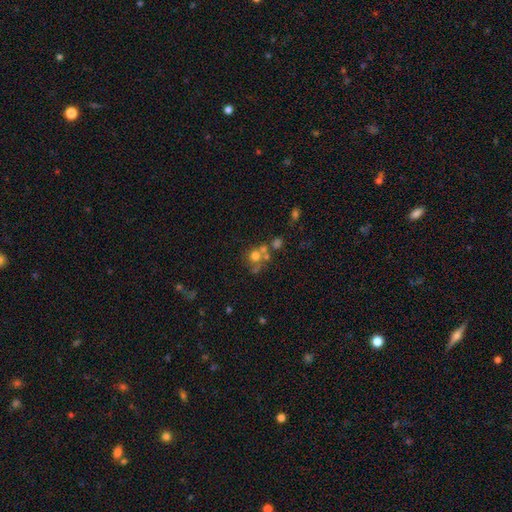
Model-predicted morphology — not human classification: Q: Smooth or featured?
A: smooth (62%); runner-up: featured or disk (22%)
Q: How rounded?
A: round (83%); runner-up: in between (16%)
Q: Merging?
A: none (44%); runner-up: merger (38%)